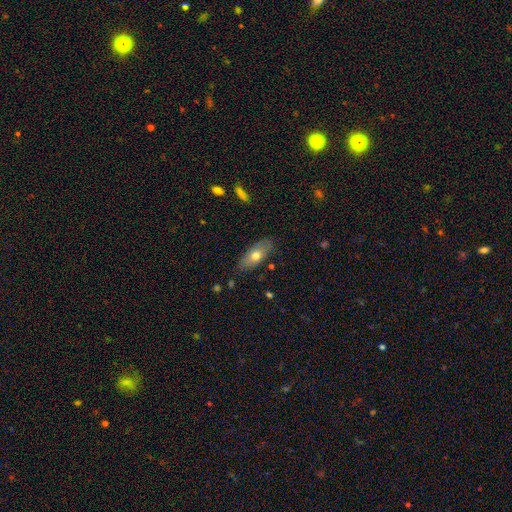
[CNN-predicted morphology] Smooth or featured: smooth — 66% (featured or disk — 27%)
How rounded: in between — 81% (cigar-shaped — 15%)
Merging: none — 81% (minor disturbance — 15%)